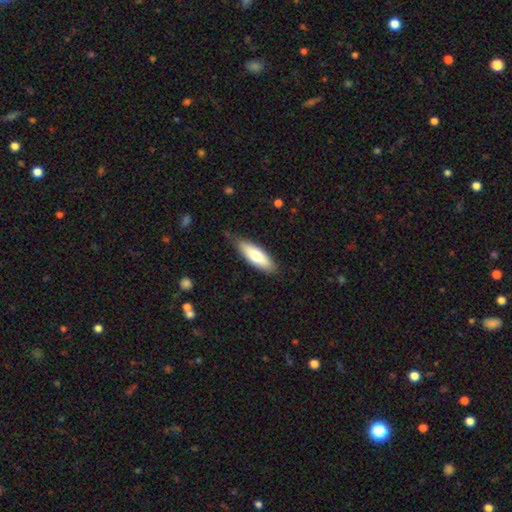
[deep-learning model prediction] Q: Smooth or featured?
A: smooth (70%); runner-up: featured or disk (24%)
Q: How rounded?
A: in between (57%); runner-up: cigar-shaped (41%)
Q: Merging?
A: none (81%); runner-up: minor disturbance (15%)